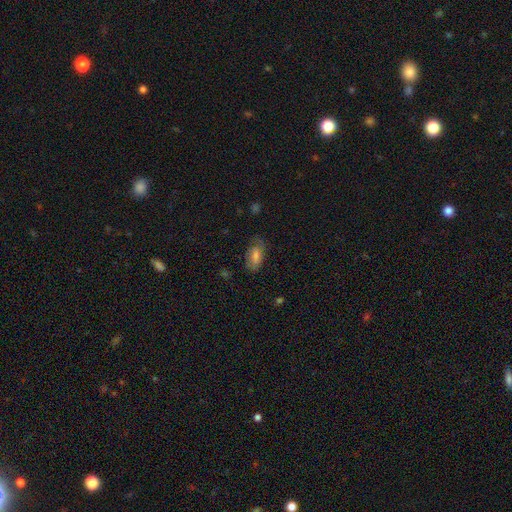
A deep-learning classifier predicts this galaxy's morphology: A smooth galaxy with no disk features (54%) that is in between round and cigar-shaped (87%). Merging: none (72%).